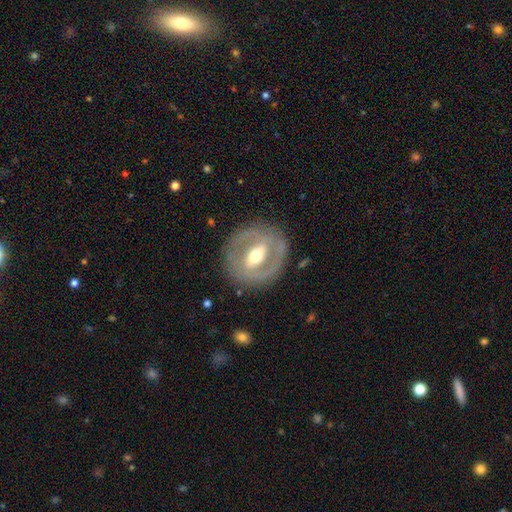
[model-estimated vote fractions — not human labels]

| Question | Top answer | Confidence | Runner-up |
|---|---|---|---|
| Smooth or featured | featured or disk | 76% | smooth (19%) |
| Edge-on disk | no | 92% | yes (8%) |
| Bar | strong | 54% | weak (33%) |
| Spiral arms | yes | 51% | no (49%) |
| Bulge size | moderate | 70% | small (20%) |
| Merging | none | 82% | minor disturbance (11%) |